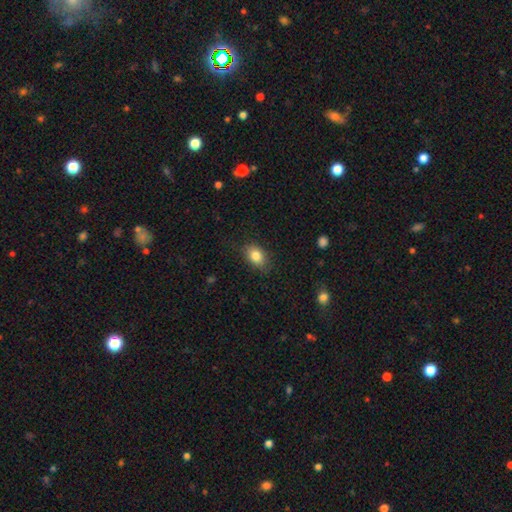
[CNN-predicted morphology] Smooth or featured: smooth — 84% (star or artifact — 9%)
How rounded: in between — 77% (round — 22%)
Merging: none — 80% (minor disturbance — 15%)